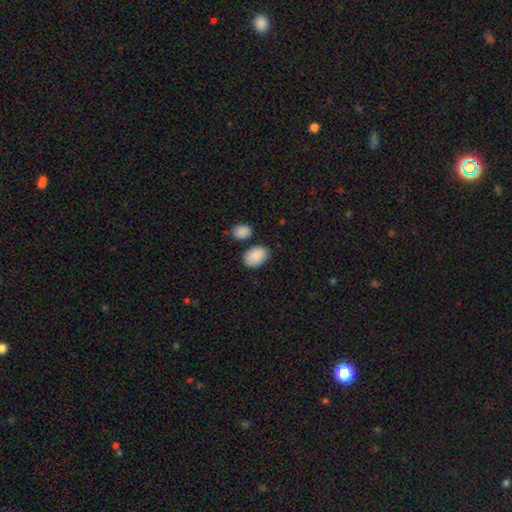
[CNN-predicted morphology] smooth 90%, star or artifact 6%, featured or disk 4%. Down the decision tree: how rounded — in between (87%); merging — none (76%).